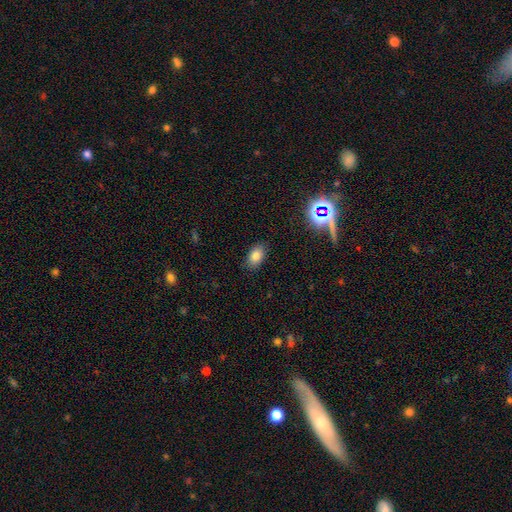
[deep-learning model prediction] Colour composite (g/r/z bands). It shows a smooth galaxy with no disk features (81%) that is in between round and cigar-shaped (89%). Merging: none (86%).